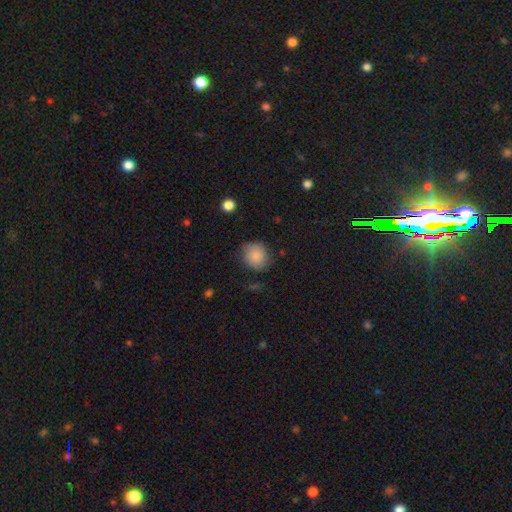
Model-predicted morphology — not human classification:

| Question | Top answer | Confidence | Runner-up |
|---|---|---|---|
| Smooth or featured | smooth | 85% | star or artifact (8%) |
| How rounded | round | 81% | in between (18%) |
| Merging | none | 74% | minor disturbance (20%) |